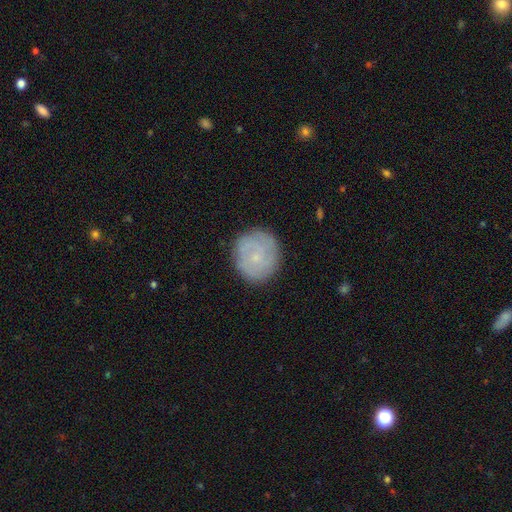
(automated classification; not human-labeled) The model was most divided on "smooth or featured": smooth: 49%, featured or disk: 43%, star or artifact: 8%. More confident: merging — none (84%).